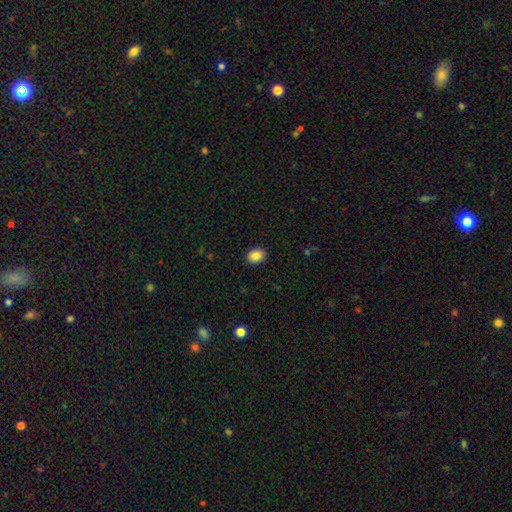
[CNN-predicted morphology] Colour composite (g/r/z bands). It shows a smooth galaxy with no disk features (86%) that is in between round and cigar-shaped (64%). Merging: none (90%).